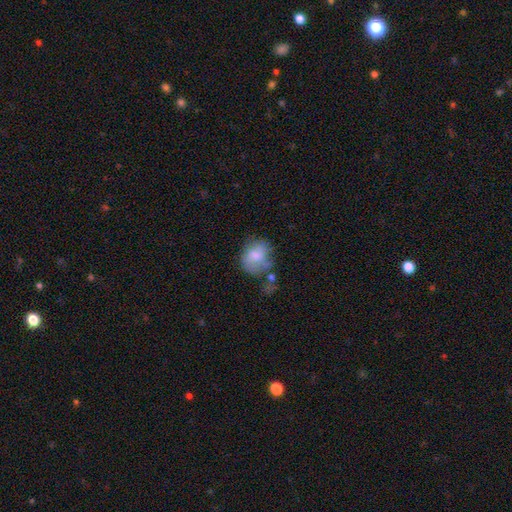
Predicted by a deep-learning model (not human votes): smooth 67%, featured or disk 25%, star or artifact 8%. Down the decision tree: how rounded — round (52%); merging — none (40%).